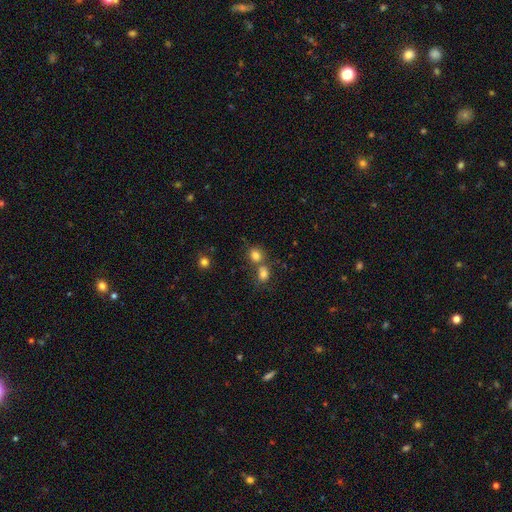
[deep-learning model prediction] Overall: smooth (79%). How rounded: round (75%). Merging: none (49%; merger 40%).